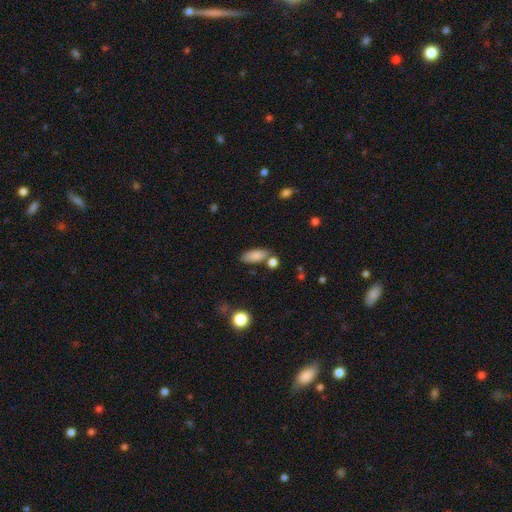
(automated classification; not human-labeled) This appears to be a smooth galaxy with no disk features (85%) that is in between round and cigar-shaped (82%). Merging: none (67%).